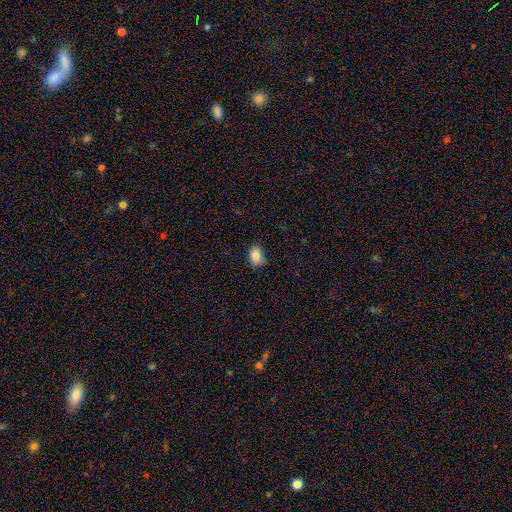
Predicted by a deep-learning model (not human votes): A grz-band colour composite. It shows a smooth galaxy with no disk features (86%) that is in between round and cigar-shaped (78%). Merging: none (78%).